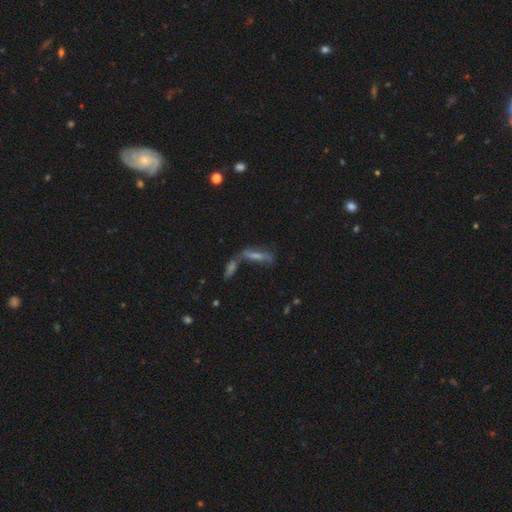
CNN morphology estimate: The model was most divided on "smooth or featured": featured or disk: 41%, smooth: 38%, star or artifact: 21%. Remaining: merging — merger (46%).